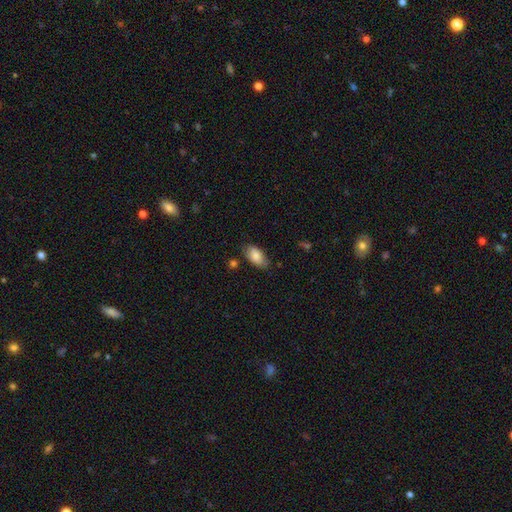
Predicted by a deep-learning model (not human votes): This appears to be a smooth galaxy with no disk features (81%) that is in between round and cigar-shaped (93%). Merging: none (76%).